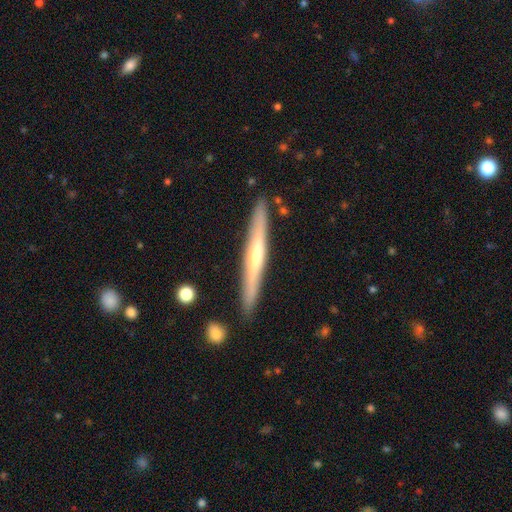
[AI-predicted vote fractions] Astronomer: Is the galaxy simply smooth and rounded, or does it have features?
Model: featured or disk — 62%.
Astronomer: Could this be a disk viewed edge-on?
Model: yes — 96%.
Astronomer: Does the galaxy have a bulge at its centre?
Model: rounded — 60%.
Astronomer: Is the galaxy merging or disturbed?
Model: none — 88%.